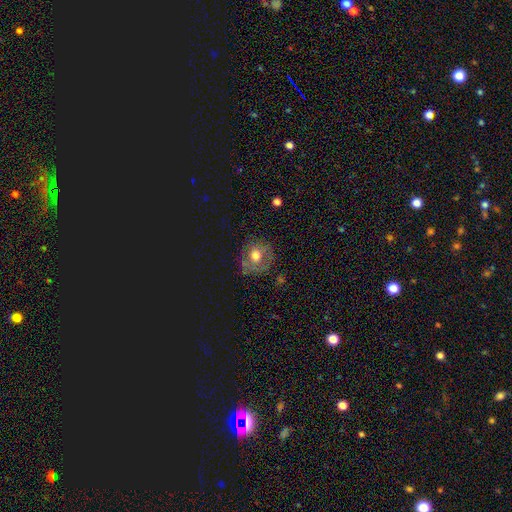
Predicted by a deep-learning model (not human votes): Morphology: type=smooth (53%); roundness=round (85%); merging=none (73%).